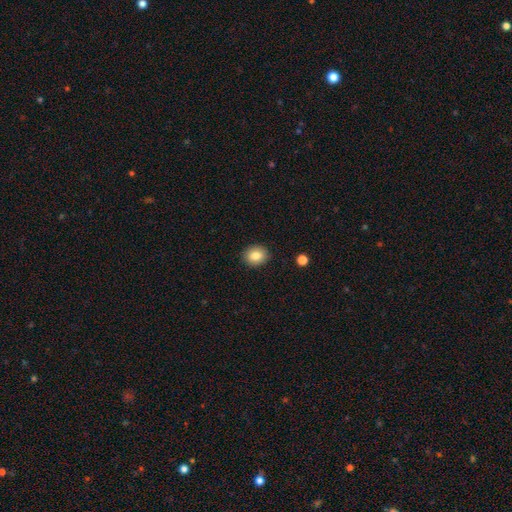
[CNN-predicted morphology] smooth 83%, star or artifact 9%, featured or disk 8%. Down the decision tree: how rounded — round (63%); merging — none (90%).